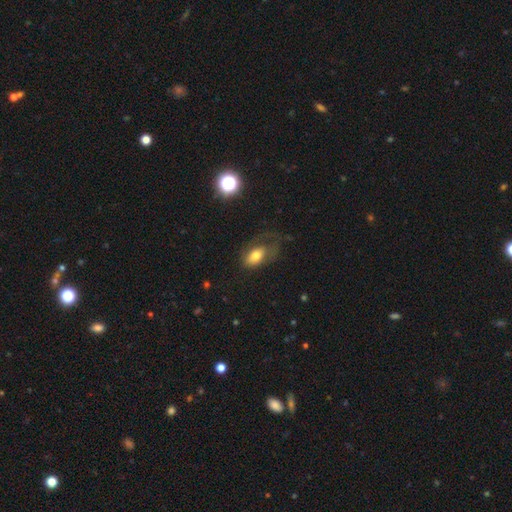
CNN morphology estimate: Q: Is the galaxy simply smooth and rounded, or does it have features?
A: smooth — 71%.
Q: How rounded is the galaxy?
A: in between — 89%.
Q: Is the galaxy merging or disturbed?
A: none — 38%.